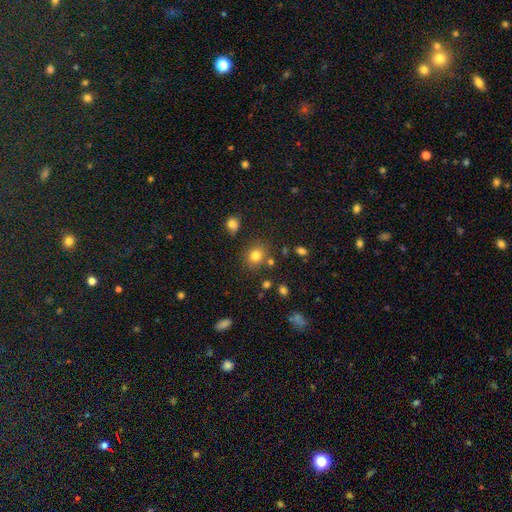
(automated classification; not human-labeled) This is likely a smooth galaxy (79%). How rounded: likely round (70%). Merging: likely none (78%).